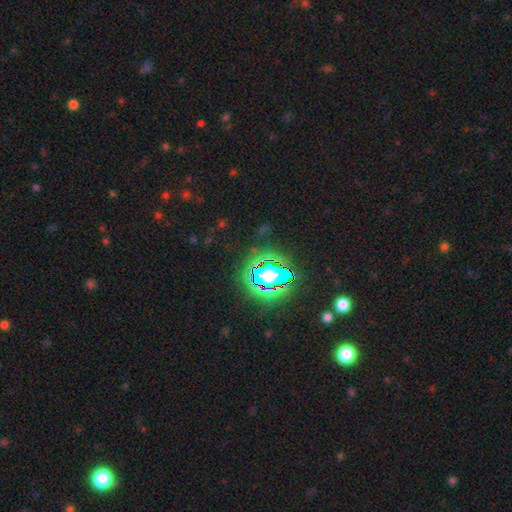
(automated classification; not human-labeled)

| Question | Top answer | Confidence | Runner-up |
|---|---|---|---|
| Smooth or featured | star or artifact | 83% | smooth (10%) |